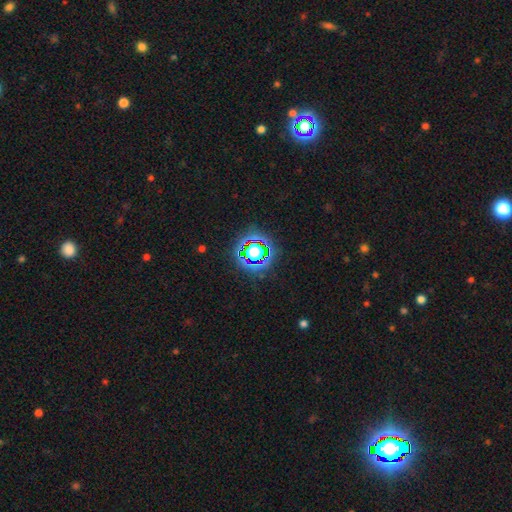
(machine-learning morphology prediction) The model was most divided on "smooth or featured": star or artifact: 80%, smooth: 12%, featured or disk: 8%.